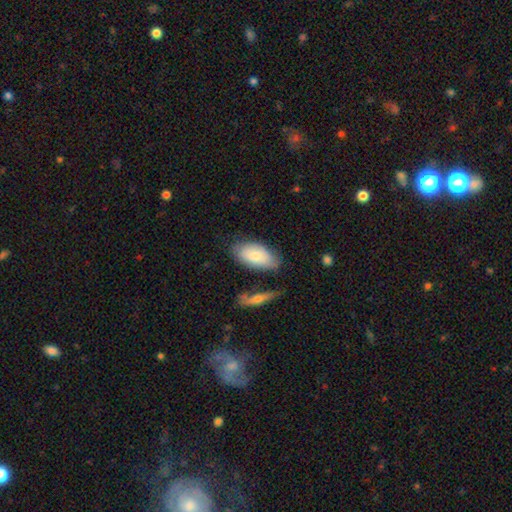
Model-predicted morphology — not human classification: The model was most divided on "merging": none: 66%, minor disturbance: 22%, merger: 7%, major disturbance: 5%. More confident: how rounded — in between (93%); smooth or featured — smooth (75%).